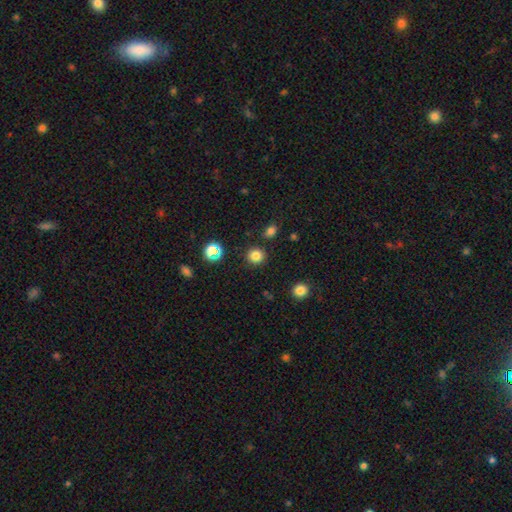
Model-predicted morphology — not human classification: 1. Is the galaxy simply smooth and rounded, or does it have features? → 80% smooth, 15% star or artifact, 5% featured or disk.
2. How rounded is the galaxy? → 91% round, 8% in between, 1% cigar-shaped.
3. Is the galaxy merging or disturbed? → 89% none, 6% minor disturbance, 3% merger, 2% major disturbance.